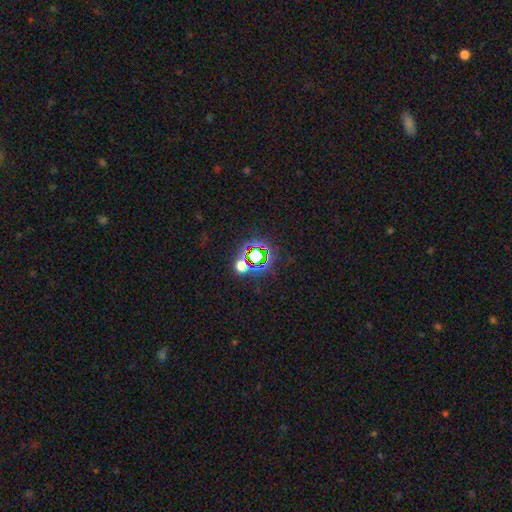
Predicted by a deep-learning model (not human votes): This appears to be a star or artifact, not a galaxy (67%).